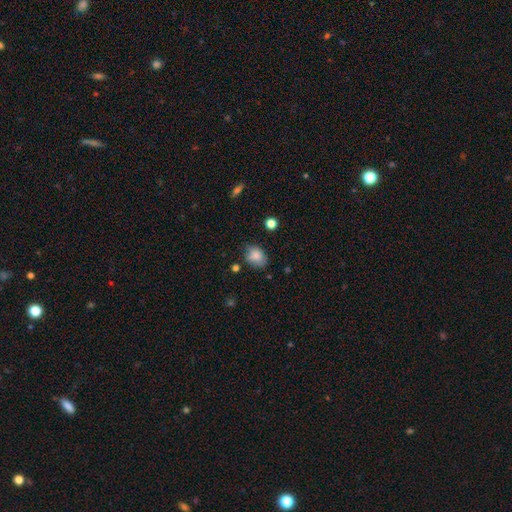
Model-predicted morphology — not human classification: Smooth or featured?
  - smooth: 84% *
  - star or artifact: 9%
  - featured or disk: 7%
How rounded?
  - in between: 64% *
  - round: 35%
  - cigar-shaped: 1%
Merging?
  - none: 69% *
  - minor disturbance: 23%
  - major disturbance: 5%
  - merger: 3%